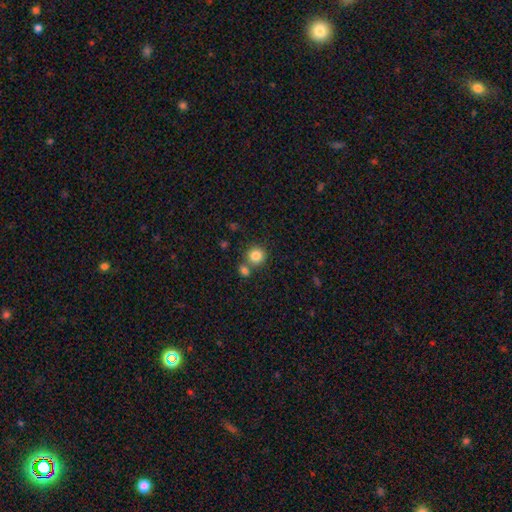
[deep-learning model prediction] Morphology: type=smooth (84%); roundness=round (91%); merging=none (67%).